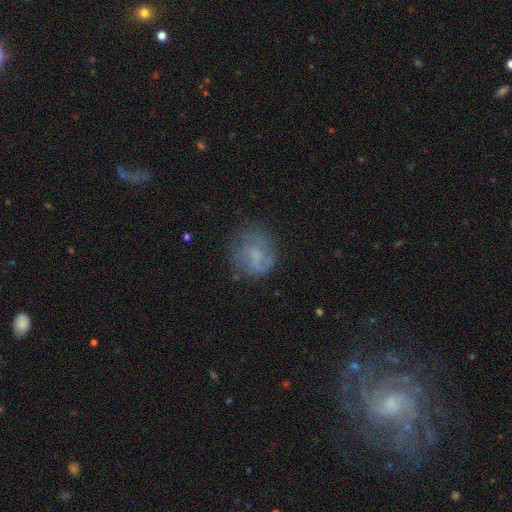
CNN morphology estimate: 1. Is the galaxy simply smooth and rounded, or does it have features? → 45% featured or disk, 44% smooth, 11% star or artifact.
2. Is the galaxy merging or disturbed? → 65% none, 20% minor disturbance, 13% major disturbance, 2% merger.